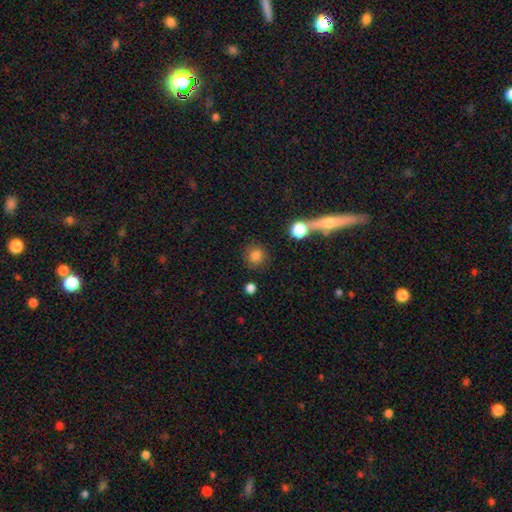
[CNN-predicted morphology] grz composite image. It shows a smooth galaxy with no disk features (82%) that is round (91%). Merging: none (84%).